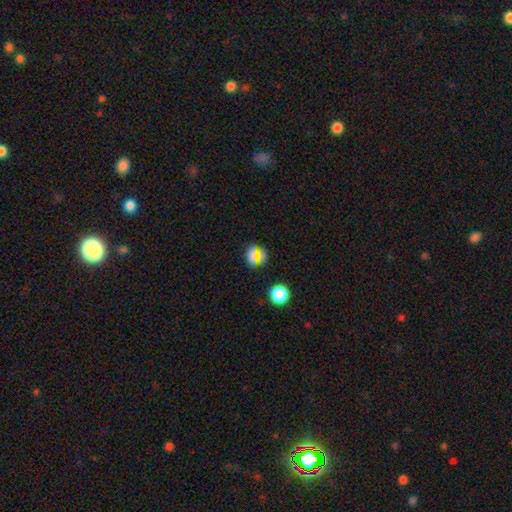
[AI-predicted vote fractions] This is possibly a smooth galaxy (60%). How rounded: possibly round (59%). Merging: likely none (74%).